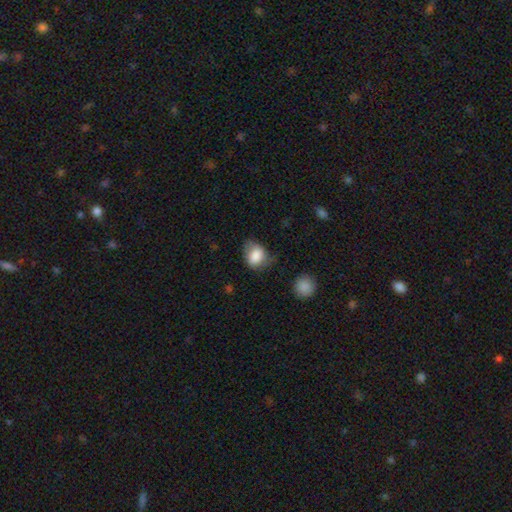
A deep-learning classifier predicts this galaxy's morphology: The model was most divided on "merging": none: 47%, minor disturbance: 36%, major disturbance: 15%, merger: 3%. More confident: smooth or featured — smooth (83%); how rounded — in between (58%).